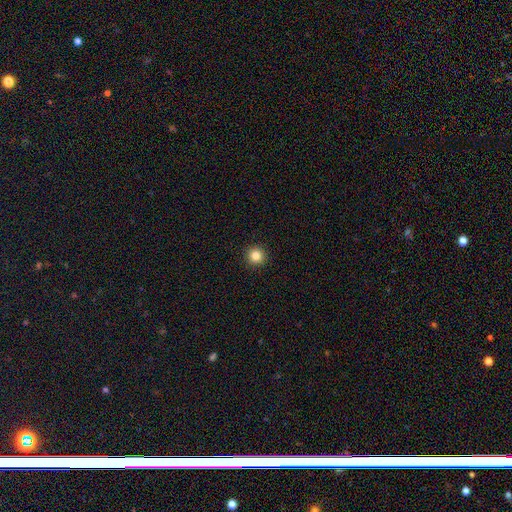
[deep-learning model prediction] smooth 84%, star or artifact 12%, featured or disk 5%. Down the decision tree: how rounded — round (96%); merging — none (94%).